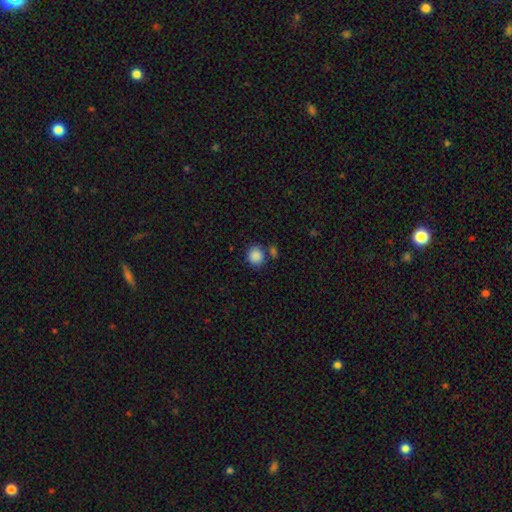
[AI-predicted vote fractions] Overall: smooth (87%). How rounded: round (80%). Merging: none (73%).